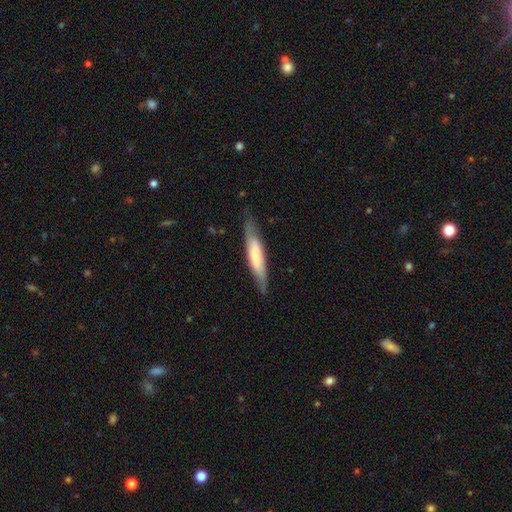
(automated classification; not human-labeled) This is possibly a smooth galaxy (53%). How rounded: clearly cigar-shaped (84%). Merging: likely none (77%).